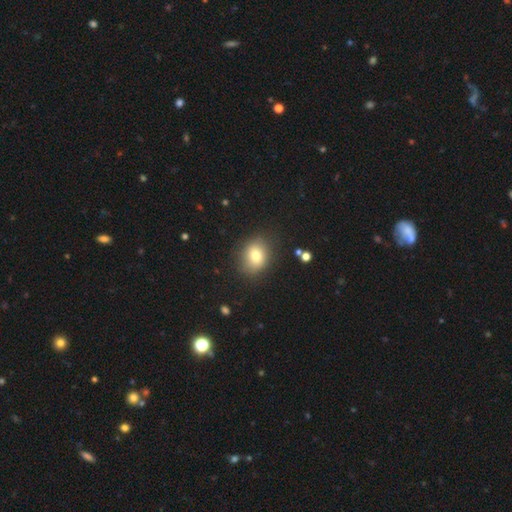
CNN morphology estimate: The model was most divided on "how rounded": round: 53%, in between: 46%, cigar-shaped: 1%. More confident: merging — none (83%); smooth or featured — smooth (77%).